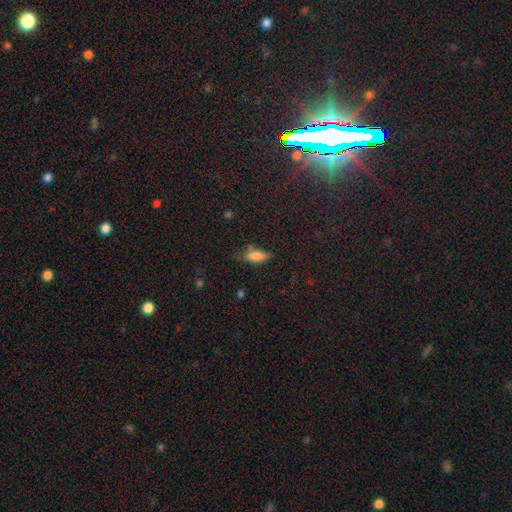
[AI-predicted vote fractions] Smooth or featured?
  - smooth: 81% *
  - star or artifact: 10%
  - featured or disk: 9%
How rounded?
  - in between: 80% *
  - cigar-shaped: 17%
  - round: 3%
Merging?
  - none: 59% *
  - minor disturbance: 28%
  - major disturbance: 8%
  - merger: 5%